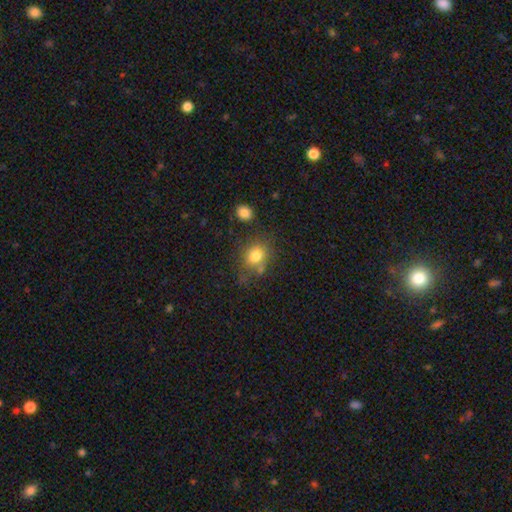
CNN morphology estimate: A smooth galaxy with no disk features (78%) that is round (65%).

Vote fractions:
- Smooth or featured? smooth: 78% / star or artifact: 12% / featured or disk: 10%
- How rounded? round: 65% / in between: 34% / cigar-shaped: 1%
- Merging? none: 65% / minor disturbance: 18% / merger: 10% / major disturbance: 7%